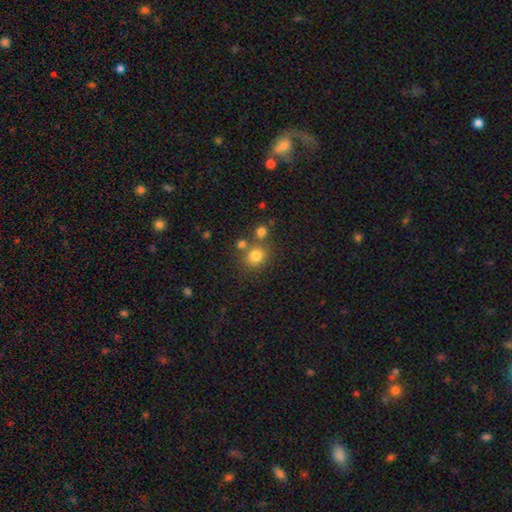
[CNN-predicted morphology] type=smooth (79%); roundness=round (80%); merging=none (68%).